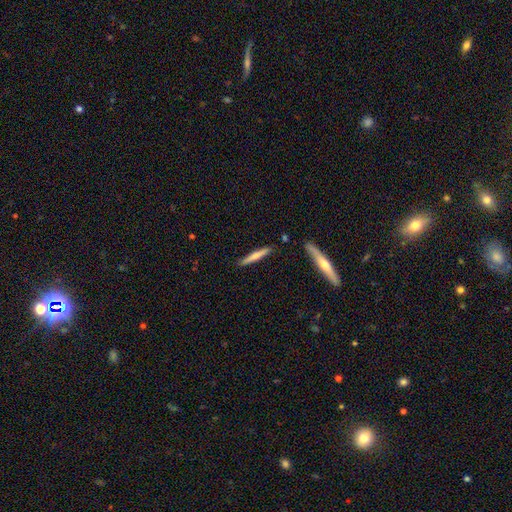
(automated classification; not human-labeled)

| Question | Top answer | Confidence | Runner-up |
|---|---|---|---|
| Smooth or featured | smooth | 50% | featured or disk (44%) |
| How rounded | cigar-shaped | 93% | in between (5%) |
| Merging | none | 86% | minor disturbance (9%) |